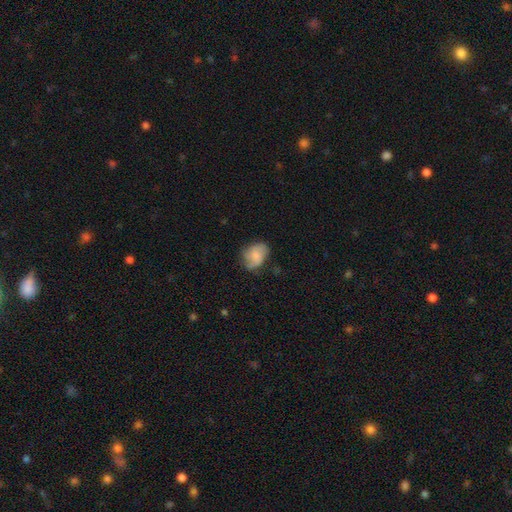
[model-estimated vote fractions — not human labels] Smooth or featured? Predicted: smooth (p=0.63). How rounded? Predicted: in between (p=0.71). Merging? Predicted: none (p=0.57).